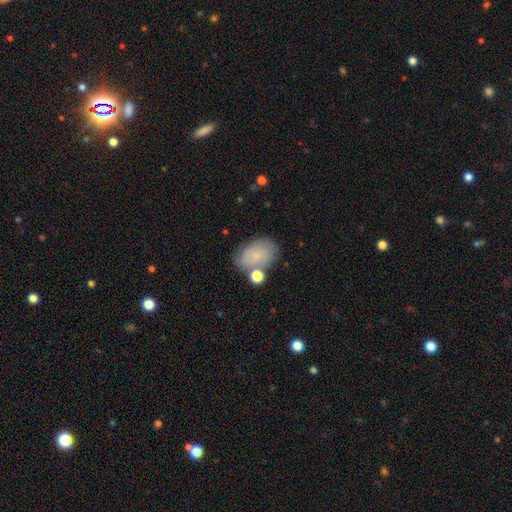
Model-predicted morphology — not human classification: smooth_or_featured: smooth (p=0.70) [alt: featured or disk p=0.21]
how_rounded: in between (p=0.80) [alt: round p=0.19]
merging: none (p=0.56) [alt: minor disturbance p=0.21]